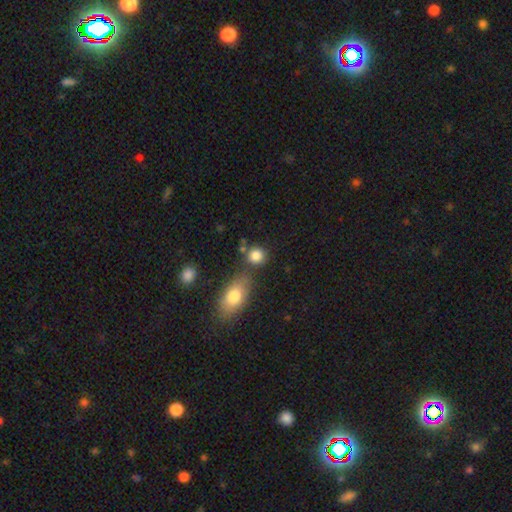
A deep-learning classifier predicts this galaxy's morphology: smooth 84%, star or artifact 10%, featured or disk 6%. Down the decision tree: how rounded — round (79%); merging — none (68%).